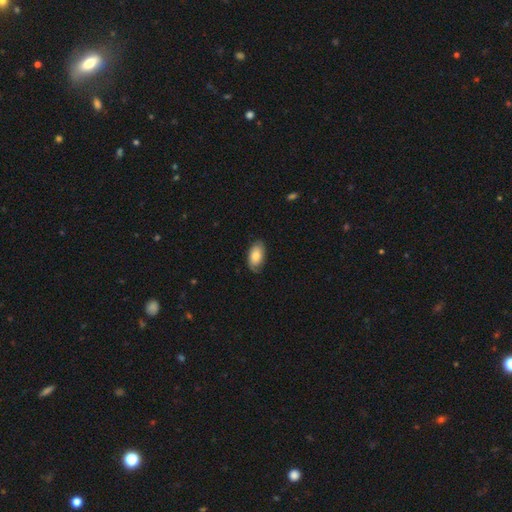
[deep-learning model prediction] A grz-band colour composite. It shows a smooth galaxy with no disk features (72%) that is in between round and cigar-shaped (94%). Merging: none (74%).